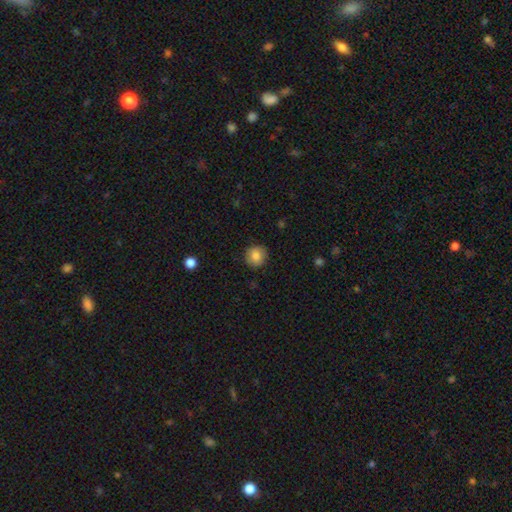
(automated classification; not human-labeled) Morphology: type=smooth (85%); roundness=round (91%); merging=none (89%).